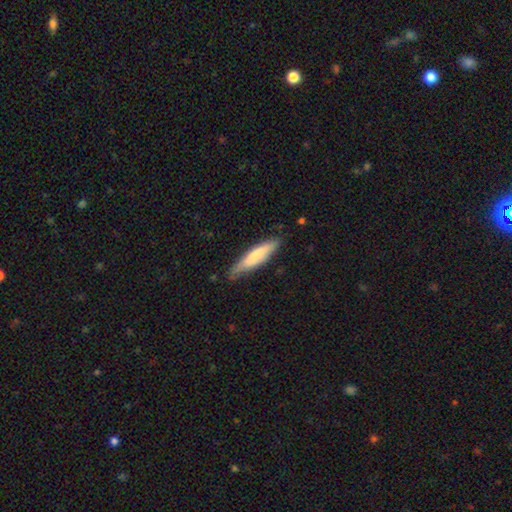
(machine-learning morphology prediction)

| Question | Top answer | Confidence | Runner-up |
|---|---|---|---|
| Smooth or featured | smooth | 65% | featured or disk (29%) |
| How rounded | cigar-shaped | 80% | in between (19%) |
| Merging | none | 73% | minor disturbance (22%) |